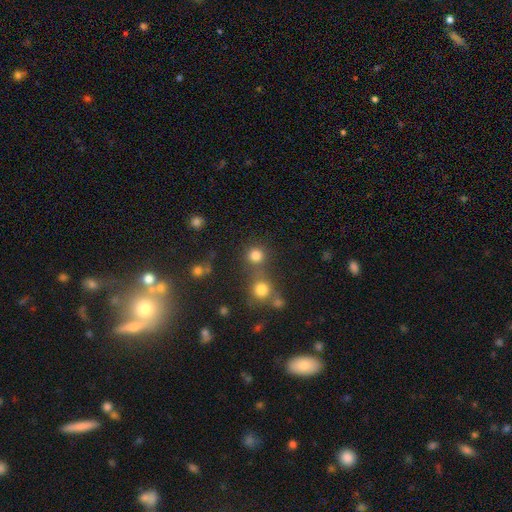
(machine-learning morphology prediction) type=smooth (80%); roundness=round (92%); merging=none (66%).